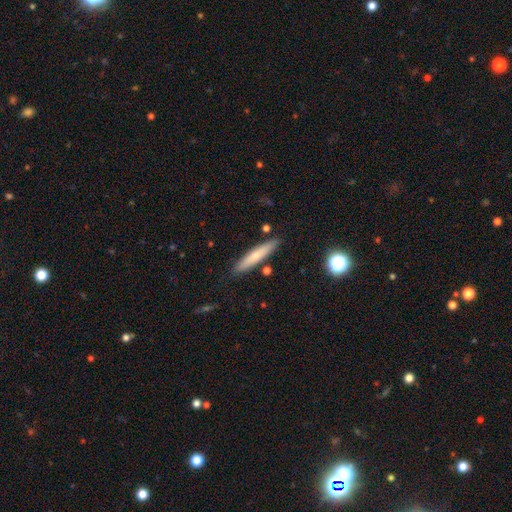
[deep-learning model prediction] Overall: smooth (69%). How rounded: cigar-shaped (90%). Merging: none (86%).